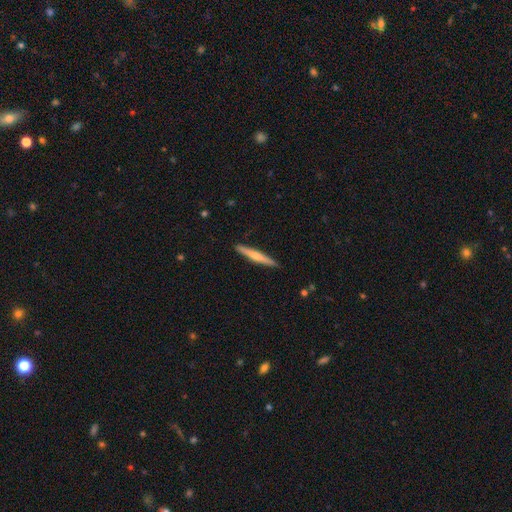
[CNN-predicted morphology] This appears to be a smooth galaxy with no disk features (51%) that is cigar-shaped (95%). Merging: none (91%).